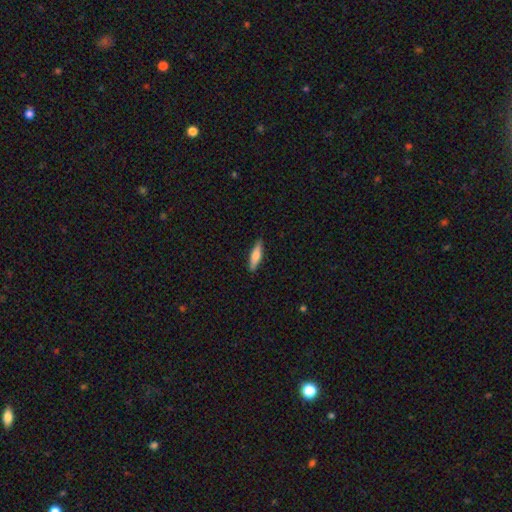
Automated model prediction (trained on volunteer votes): This appears to be a smooth galaxy with no disk features (71%) that is cigar-shaped (73%). Merging: none (89%).